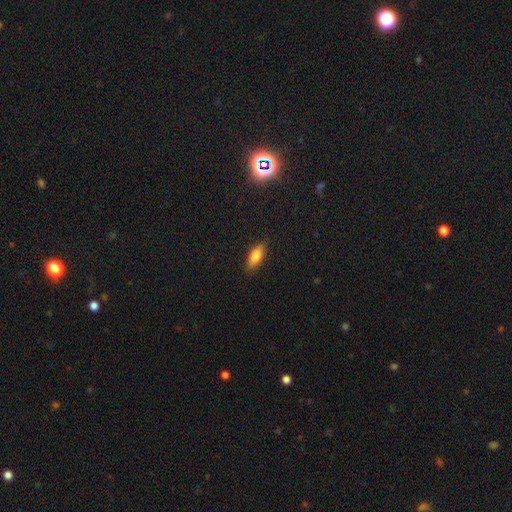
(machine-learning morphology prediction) A smooth galaxy with no disk features (80%) that is in between round and cigar-shaped (74%). Merging: none (87%).